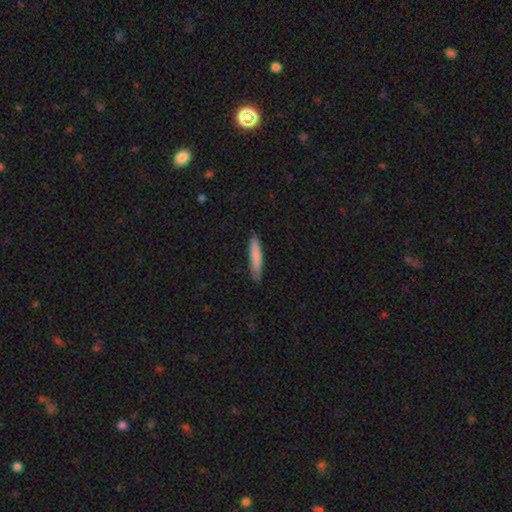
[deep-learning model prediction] smooth 81%, featured or disk 14%, star or artifact 6%. Down the decision tree: how rounded — cigar-shaped (90%); merging — none (84%).